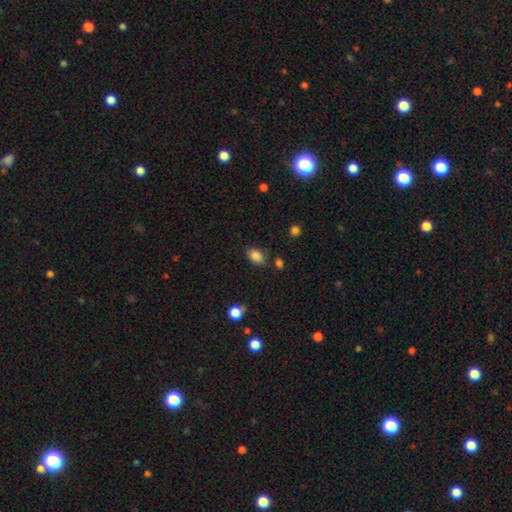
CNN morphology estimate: type=smooth (85%); roundness=in between (83%); merging=none (76%).